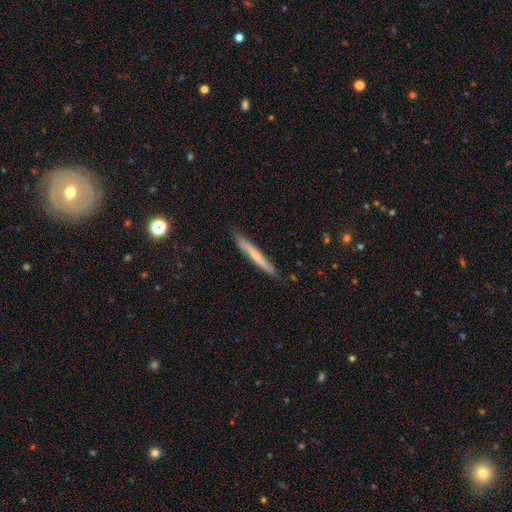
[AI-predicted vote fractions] smooth 58%, featured or disk 36%, star or artifact 6%. Down the decision tree: how rounded — cigar-shaped (96%); merging — none (87%).